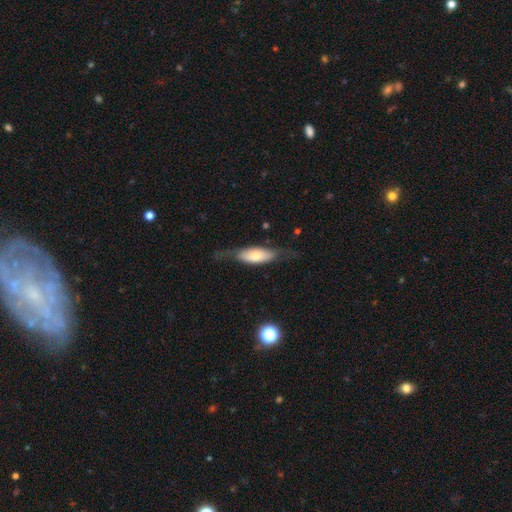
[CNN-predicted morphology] This appears to be a smooth galaxy with no disk features (53%) that is in between round and cigar-shaped (64%). Merging: none (58%).